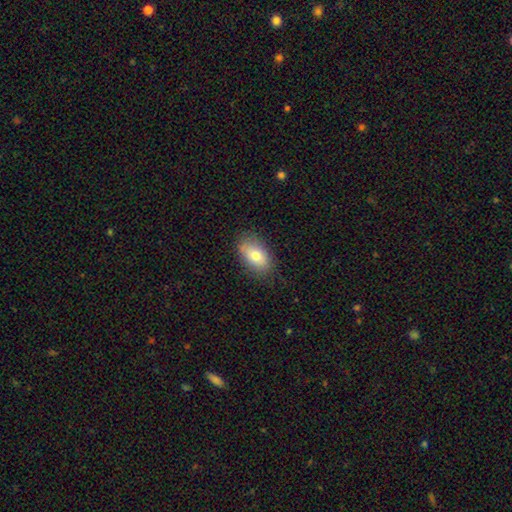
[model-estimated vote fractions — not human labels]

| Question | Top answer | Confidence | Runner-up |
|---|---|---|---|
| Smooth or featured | smooth | 77% | featured or disk (16%) |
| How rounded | in between | 91% | round (7%) |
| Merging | none | 80% | minor disturbance (15%) |